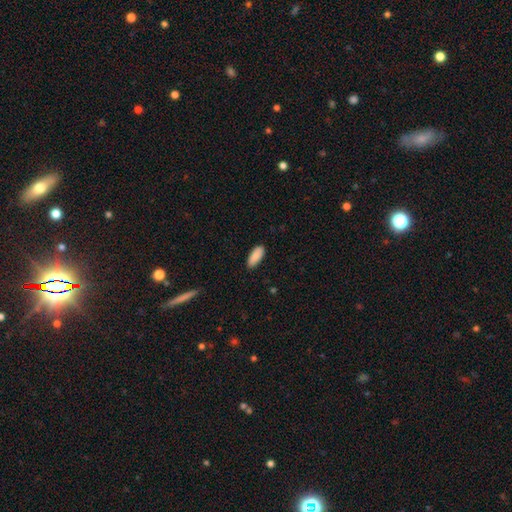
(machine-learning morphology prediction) Q: Smooth or featured?
A: smooth (90%); runner-up: star or artifact (6%)
Q: How rounded?
A: in between (81%); runner-up: cigar-shaped (18%)
Q: Merging?
A: none (87%); runner-up: minor disturbance (10%)